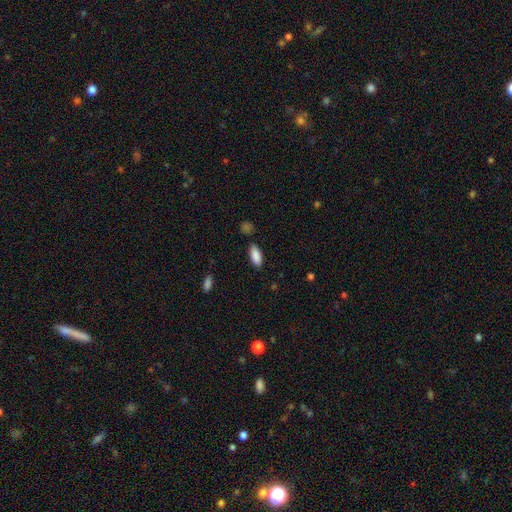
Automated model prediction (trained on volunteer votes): Q: Smooth or featured?
A: smooth (89%); runner-up: star or artifact (7%)
Q: How rounded?
A: in between (81%); runner-up: cigar-shaped (17%)
Q: Merging?
A: none (82%); runner-up: minor disturbance (12%)